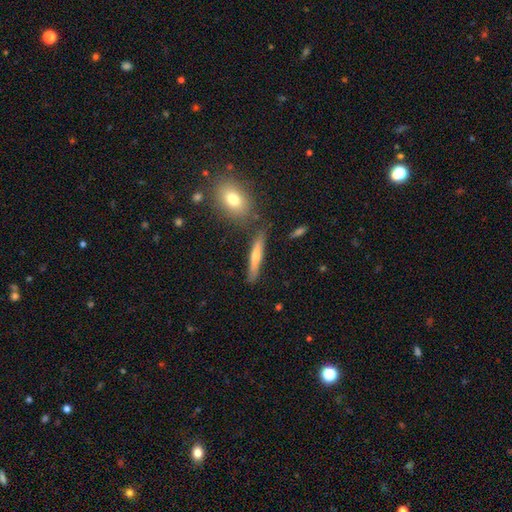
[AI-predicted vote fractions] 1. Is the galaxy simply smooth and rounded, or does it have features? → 52% smooth, 40% featured or disk, 8% star or artifact.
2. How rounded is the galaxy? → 88% cigar-shaped, 9% in between, 3% round.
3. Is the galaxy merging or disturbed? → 82% none, 10% minor disturbance, 5% merger, 3% major disturbance.